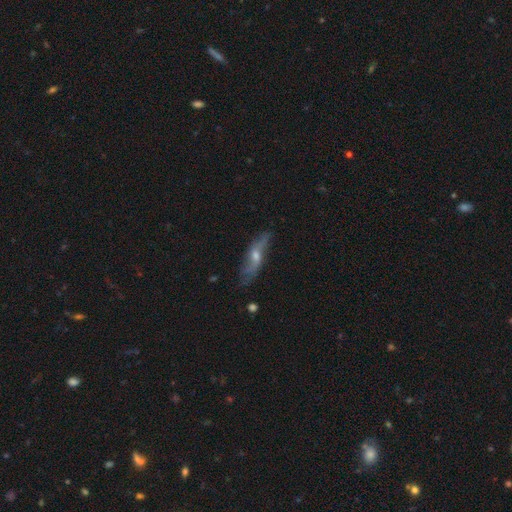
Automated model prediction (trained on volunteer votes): featured or disk 64%, smooth 27%, star or artifact 8%. Down the decision tree: edge-on disk — yes (52%); merging — none (70%).